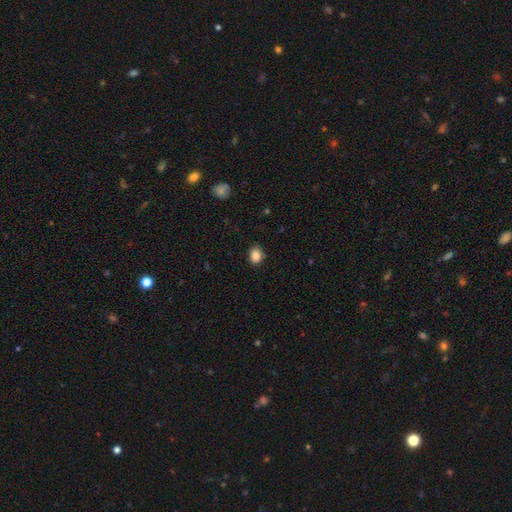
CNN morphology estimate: smooth-or-featured: smooth: 86% | star or artifact: 9% | featured or disk: 5%
  how-rounded: in between: 61% | round: 38% | cigar-shaped: 1%
  merging: none: 87% | minor disturbance: 10% | major disturbance: 2% | merger: 1%